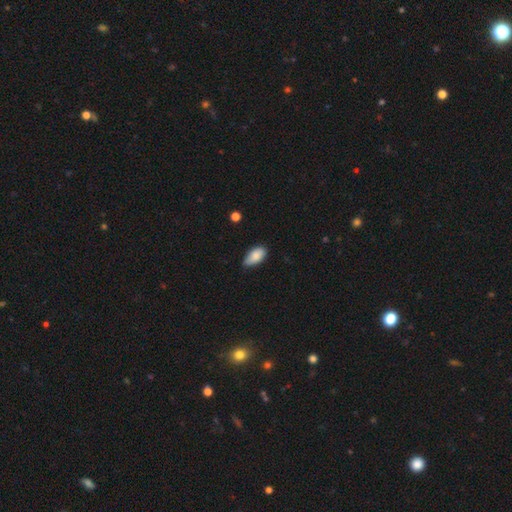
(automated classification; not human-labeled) A smooth galaxy with no disk features (85%) that is in between round and cigar-shaped (92%). Merging: none (70%).